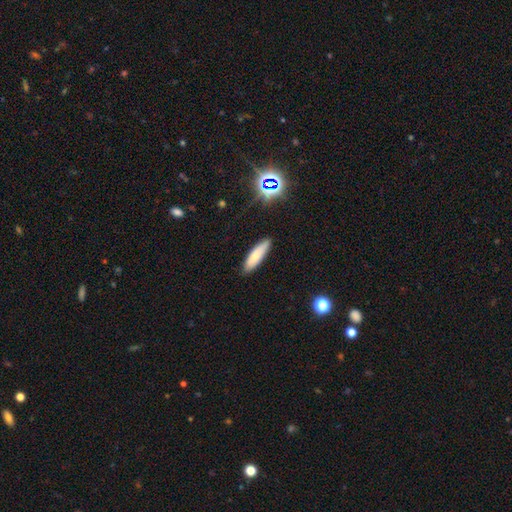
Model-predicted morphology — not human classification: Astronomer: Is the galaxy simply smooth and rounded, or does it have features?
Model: smooth — 76%.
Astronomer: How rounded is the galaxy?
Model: cigar-shaped — 60% (runner-up: in between, 39%).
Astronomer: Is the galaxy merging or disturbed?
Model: none — 86%.